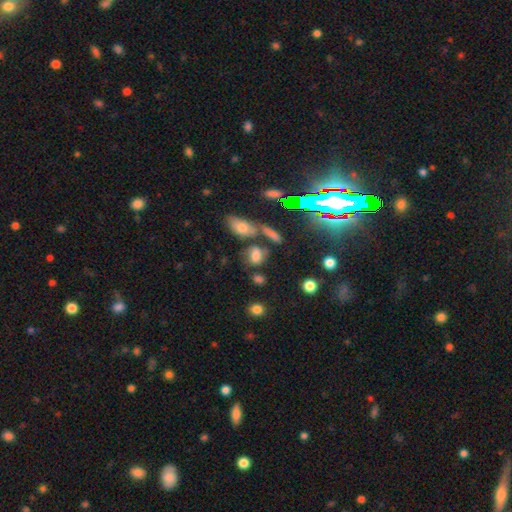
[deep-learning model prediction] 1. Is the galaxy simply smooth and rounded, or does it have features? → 64% smooth, 18% star or artifact, 18% featured or disk.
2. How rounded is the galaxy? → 70% in between, 25% round, 5% cigar-shaped.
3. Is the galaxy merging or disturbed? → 51% none, 22% merger, 18% minor disturbance, 9% major disturbance.